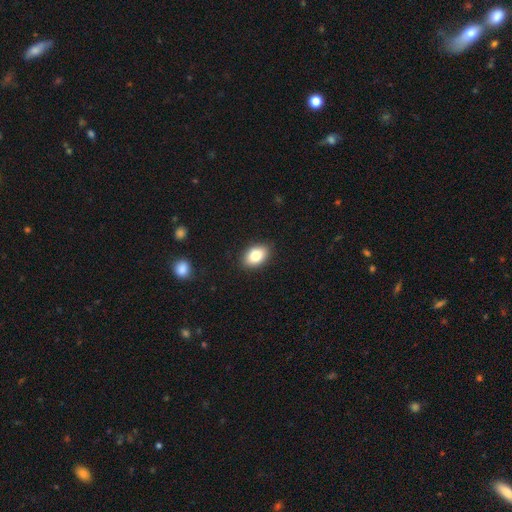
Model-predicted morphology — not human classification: Overall: smooth (82%). How rounded: in between (87%). Merging: none (88%).